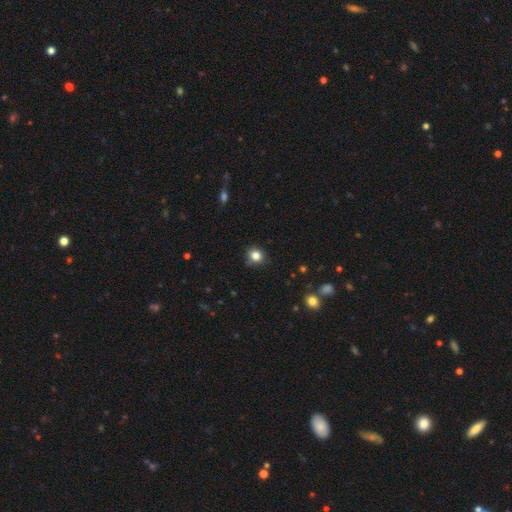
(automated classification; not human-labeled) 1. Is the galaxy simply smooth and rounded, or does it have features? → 82% smooth, 12% star or artifact, 6% featured or disk.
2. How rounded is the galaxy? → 81% round, 18% in between, 1% cigar-shaped.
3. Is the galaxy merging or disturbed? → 84% none, 12% minor disturbance, 2% major disturbance, 2% merger.